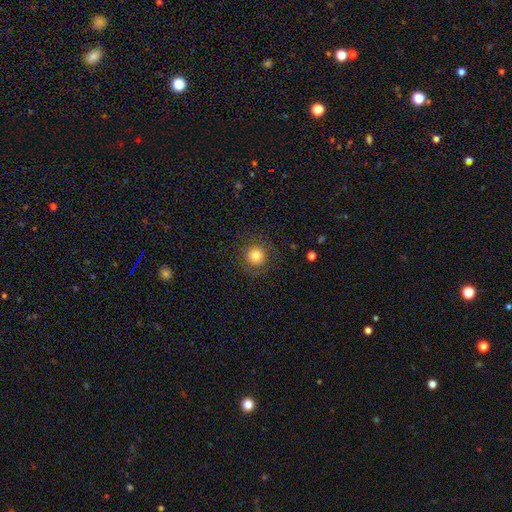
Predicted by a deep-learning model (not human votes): Smooth or featured: smooth — 81% (star or artifact — 11%)
How rounded: round — 94% (in between — 5%)
Merging: none — 86% (minor disturbance — 9%)